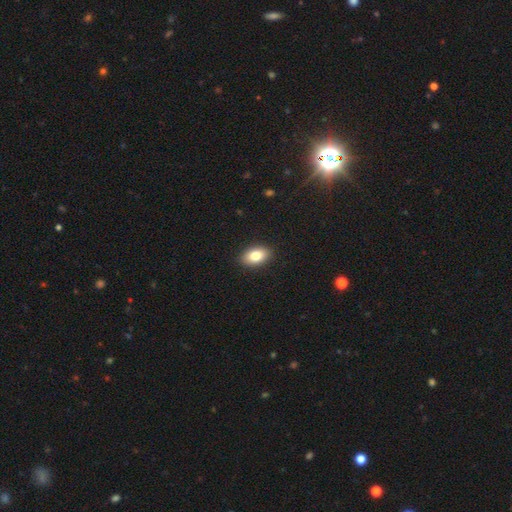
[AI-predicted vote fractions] This is clearly a smooth galaxy (82%). How rounded: clearly in between (90%). Merging: clearly none (90%).